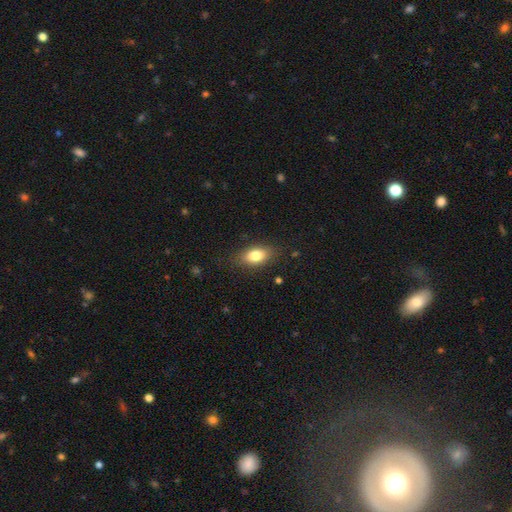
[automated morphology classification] This is clearly a smooth galaxy (81%). How rounded: clearly in between (86%). Merging: clearly none (84%).